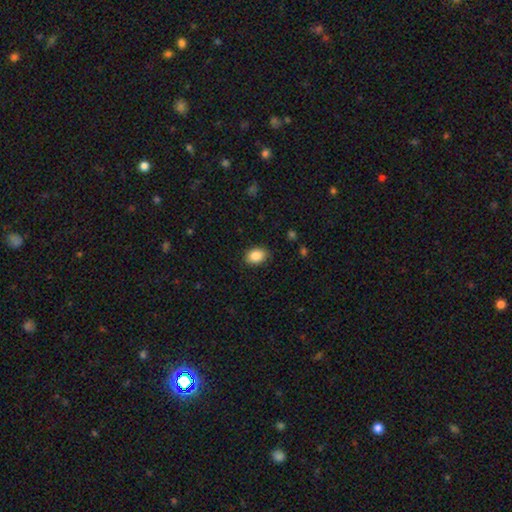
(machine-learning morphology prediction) The model was most divided on "how rounded": in between: 77%, round: 22%, cigar-shaped: 1%. More confident: smooth or featured — smooth (88%); merging — none (86%).